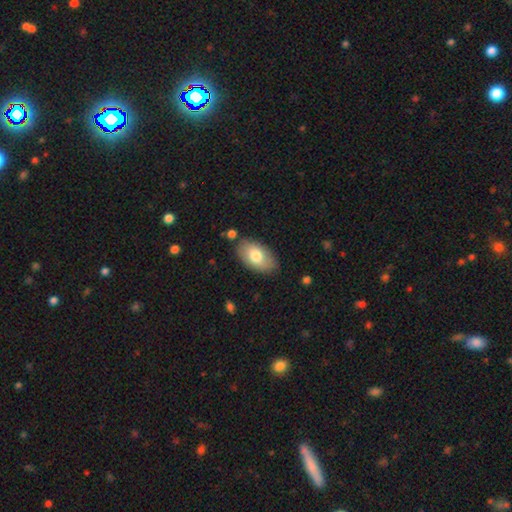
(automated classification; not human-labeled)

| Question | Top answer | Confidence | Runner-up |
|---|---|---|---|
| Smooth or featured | smooth | 75% | featured or disk (19%) |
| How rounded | in between | 94% | round (5%) |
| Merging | none | 81% | minor disturbance (13%) |